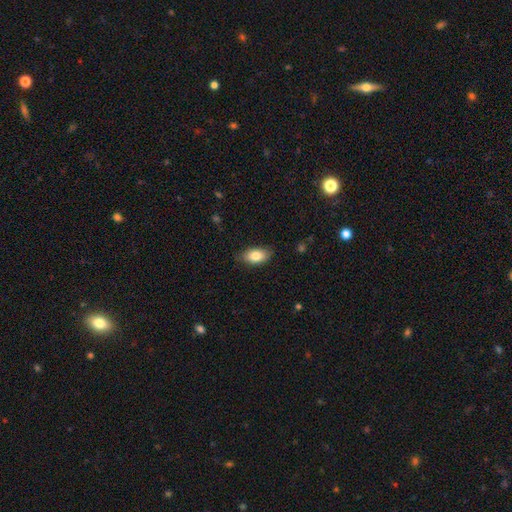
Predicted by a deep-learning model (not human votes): This appears to be a smooth galaxy with no disk features (82%) that is in between round and cigar-shaped (91%). Merging: none (81%).